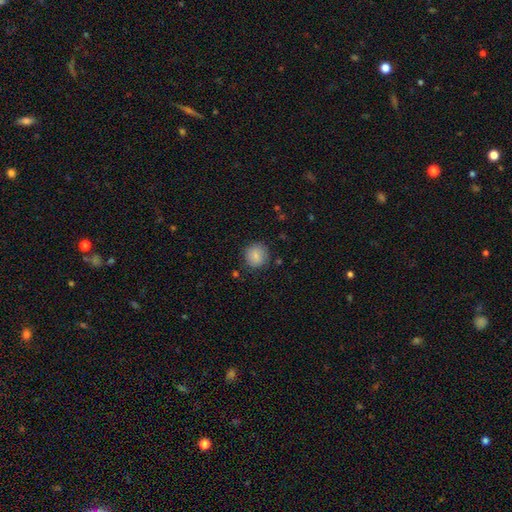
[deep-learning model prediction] The model was most divided on "merging": none: 84%, minor disturbance: 12%, major disturbance: 3%, merger: 2%. More confident: how rounded — round (90%); smooth or featured — smooth (83%).